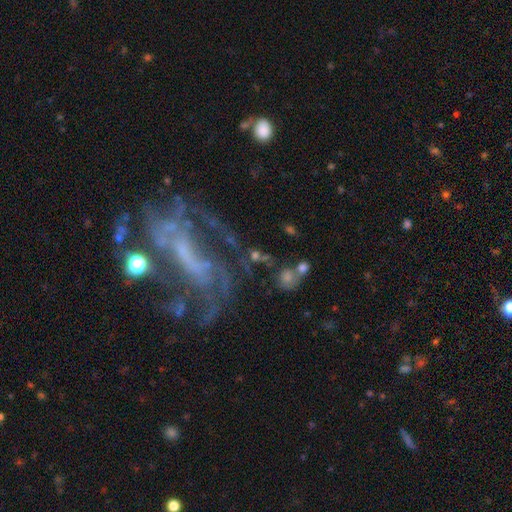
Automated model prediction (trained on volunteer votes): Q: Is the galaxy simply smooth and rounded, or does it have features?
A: featured or disk — 75%.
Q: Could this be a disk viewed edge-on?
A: no — 95%.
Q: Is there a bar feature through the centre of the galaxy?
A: weak — 37%.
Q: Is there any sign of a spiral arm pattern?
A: yes — 75%.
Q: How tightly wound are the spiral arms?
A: medium — 40%.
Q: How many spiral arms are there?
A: can't tell — 37%.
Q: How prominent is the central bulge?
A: none — 43%.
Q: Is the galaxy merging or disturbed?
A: none — 48%.